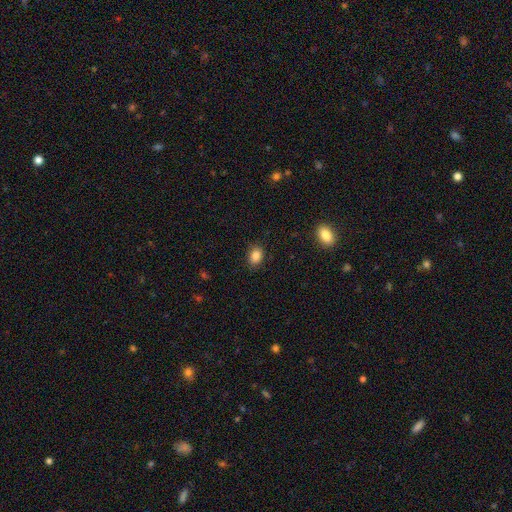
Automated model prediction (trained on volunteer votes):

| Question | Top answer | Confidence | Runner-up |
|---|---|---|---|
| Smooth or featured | smooth | 86% | star or artifact (10%) |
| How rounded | in between | 65% | round (33%) |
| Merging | none | 86% | minor disturbance (10%) |